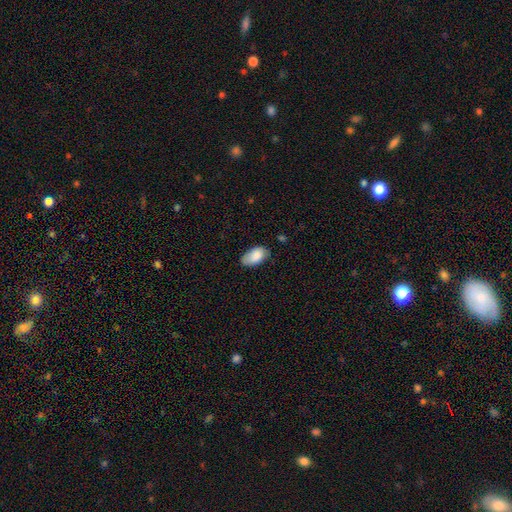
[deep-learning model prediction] smooth 85%, featured or disk 8%, star or artifact 7%. Down the decision tree: how rounded — in between (95%); merging — none (64%).